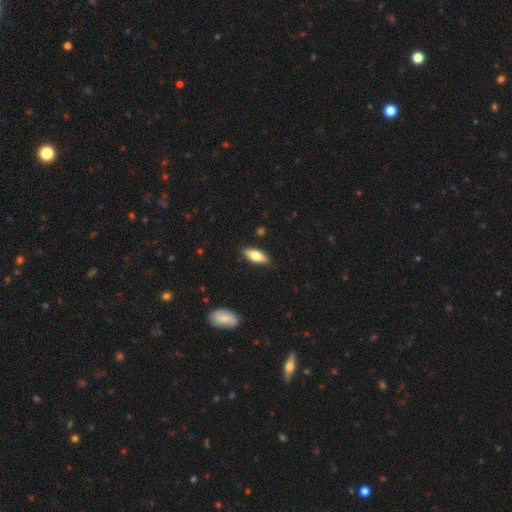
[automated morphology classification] A smooth galaxy with no disk features (77%) that is in between round and cigar-shaped (79%).

Vote fractions:
- Smooth or featured? smooth: 77% / featured or disk: 17% / star or artifact: 6%
- How rounded? in between: 79% / cigar-shaped: 19% / round: 2%
- Merging? none: 86% / minor disturbance: 11% / major disturbance: 2% / merger: 1%